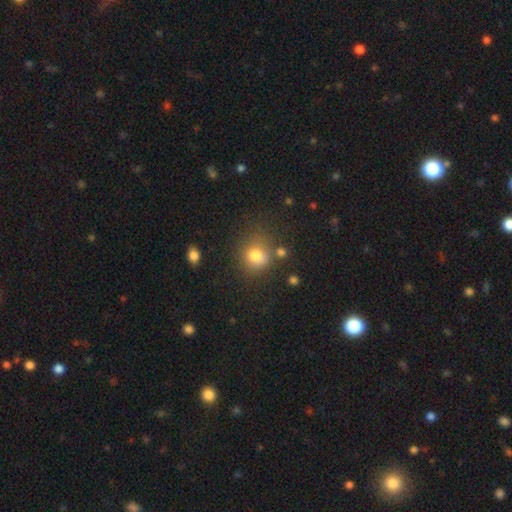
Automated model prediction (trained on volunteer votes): The model was most divided on "merging": none: 67%, minor disturbance: 17%, merger: 9%, major disturbance: 7%. More confident: smooth or featured — smooth (77%); how rounded — round (77%).